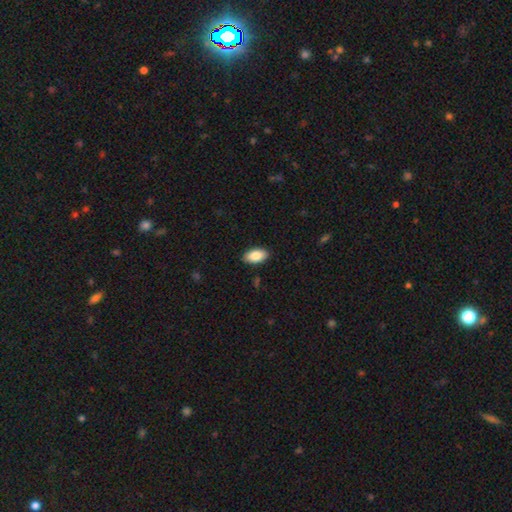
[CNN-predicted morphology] smooth 86%, featured or disk 7%, star or artifact 7%. Down the decision tree: how rounded — in between (94%); merging — none (89%).